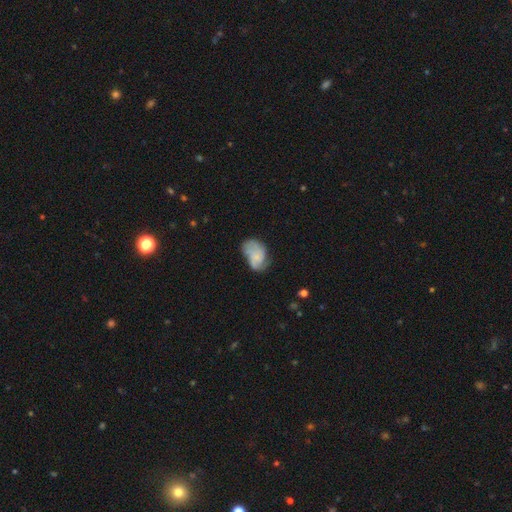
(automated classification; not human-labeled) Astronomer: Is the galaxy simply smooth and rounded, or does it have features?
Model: featured or disk — 54% (runner-up: smooth, 37%).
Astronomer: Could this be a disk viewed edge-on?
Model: no — 98%.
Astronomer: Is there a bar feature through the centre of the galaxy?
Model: no — 77%.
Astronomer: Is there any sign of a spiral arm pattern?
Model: yes — 78%.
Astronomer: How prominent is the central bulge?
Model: small — 47% (runner-up: none, 38%).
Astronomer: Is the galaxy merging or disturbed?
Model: none — 43% (runner-up: minor disturbance, 31%).